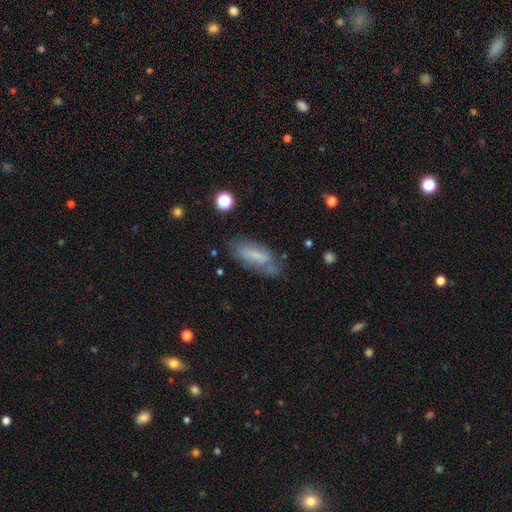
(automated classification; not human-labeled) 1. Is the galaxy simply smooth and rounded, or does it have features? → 58% smooth, 33% featured or disk, 9% star or artifact.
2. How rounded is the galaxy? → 68% in between, 30% cigar-shaped, 2% round.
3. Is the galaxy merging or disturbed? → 60% none, 26% minor disturbance, 11% major disturbance, 4% merger.